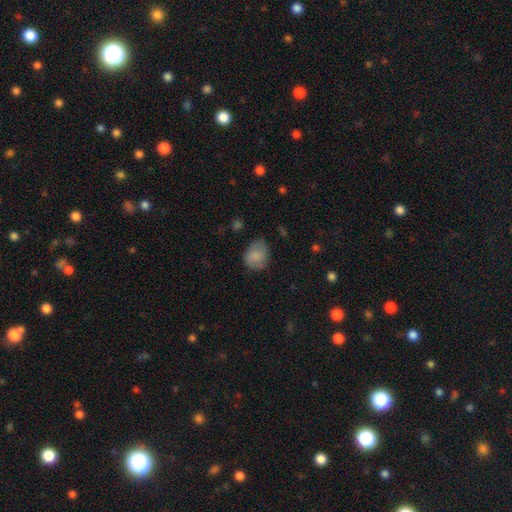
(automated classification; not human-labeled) Morphology: type=smooth (82%); roundness=round (51%); merging=none (65%).